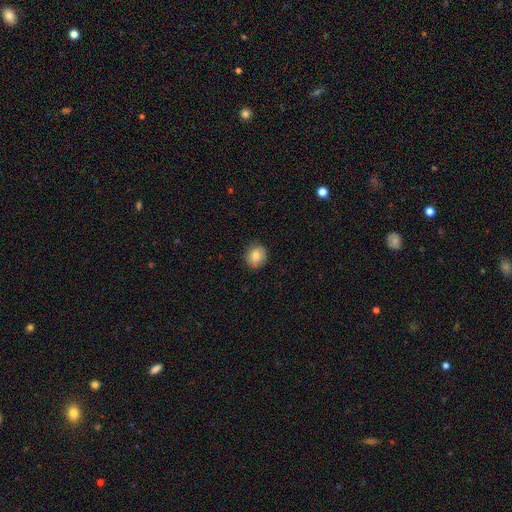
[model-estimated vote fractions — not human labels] smooth-or-featured: smooth: 82% | featured or disk: 10% | star or artifact: 9%
  how-rounded: round: 79% | in between: 20% | cigar-shaped: 1%
  merging: none: 86% | minor disturbance: 11% | major disturbance: 2% | merger: 1%